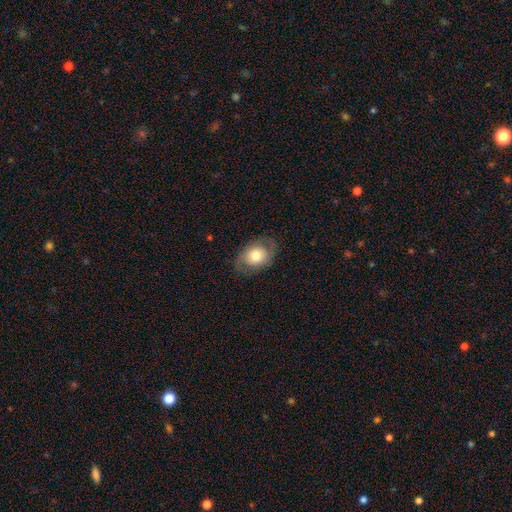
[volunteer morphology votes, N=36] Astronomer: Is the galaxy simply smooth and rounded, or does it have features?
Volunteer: smooth — 56% (runner-up: featured or disk, 39%).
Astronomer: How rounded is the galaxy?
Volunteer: in between — 65%.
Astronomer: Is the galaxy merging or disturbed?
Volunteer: none — 88%.